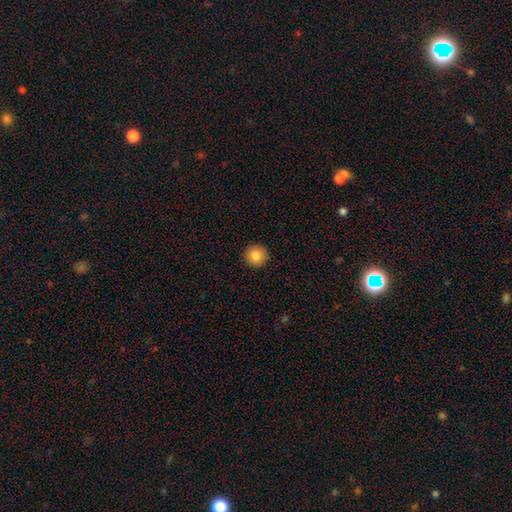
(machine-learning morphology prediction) A smooth galaxy with no disk features (86%) that is round (95%).

Vote fractions:
- Smooth or featured? smooth: 86% / star or artifact: 9% / featured or disk: 5%
- How rounded? round: 95% / in between: 4% / cigar-shaped: 1%
- Merging? none: 92% / minor disturbance: 5% / major disturbance: 2% / merger: 1%